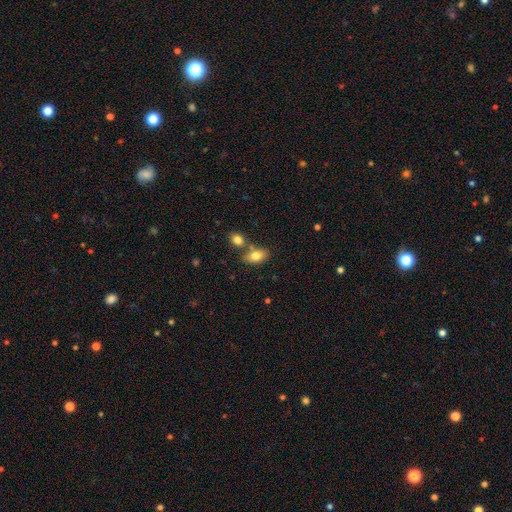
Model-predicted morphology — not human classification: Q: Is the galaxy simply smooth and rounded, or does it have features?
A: smooth — 80%.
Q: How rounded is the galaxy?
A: in between — 87%.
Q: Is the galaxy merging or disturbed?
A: none — 59%.